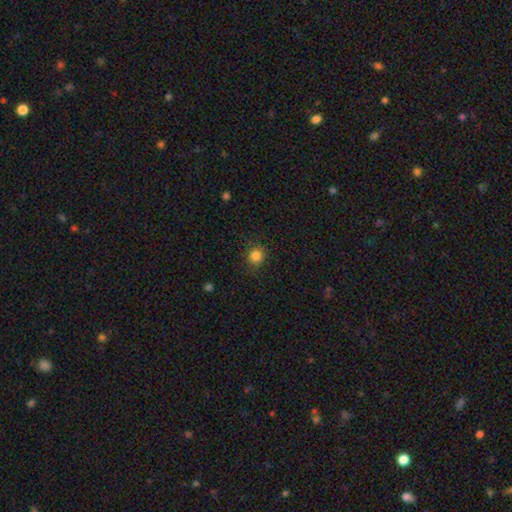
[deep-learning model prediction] smooth-or-featured: smooth: 84% | star or artifact: 12% | featured or disk: 4%
  how-rounded: round: 89% | in between: 10% | cigar-shaped: 1%
  merging: none: 88% | minor disturbance: 8% | major disturbance: 2% | merger: 1%